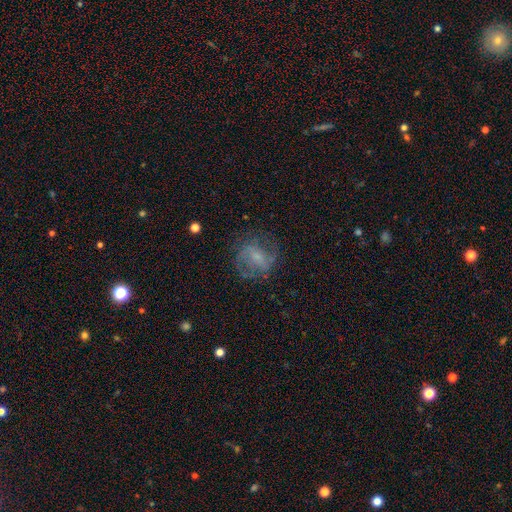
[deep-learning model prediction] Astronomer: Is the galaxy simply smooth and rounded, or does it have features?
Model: featured or disk — 67%.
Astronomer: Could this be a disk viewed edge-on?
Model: no — 97%.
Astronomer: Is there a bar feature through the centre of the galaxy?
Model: weak — 46% (runner-up: no, 38%).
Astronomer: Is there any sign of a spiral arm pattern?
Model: yes — 86%.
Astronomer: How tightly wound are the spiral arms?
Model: medium — 49% (runner-up: loose, 27%).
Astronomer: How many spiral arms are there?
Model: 2 — 68%.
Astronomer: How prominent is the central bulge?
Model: small — 56%.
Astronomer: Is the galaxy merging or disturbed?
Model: none — 68%.